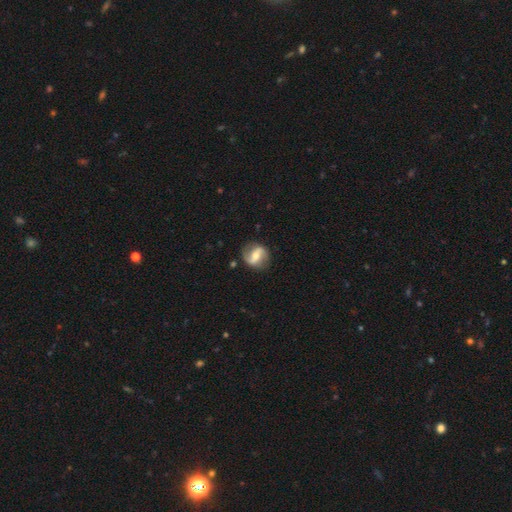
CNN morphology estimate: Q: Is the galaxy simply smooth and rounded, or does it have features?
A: featured or disk — 72%.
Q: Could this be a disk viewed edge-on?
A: no — 96%.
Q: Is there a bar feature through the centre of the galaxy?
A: strong — 46%.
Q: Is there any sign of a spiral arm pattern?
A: yes — 86%.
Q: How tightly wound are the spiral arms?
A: loose — 47%.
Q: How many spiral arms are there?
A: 2 — 89%.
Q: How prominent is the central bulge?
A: moderate — 54%.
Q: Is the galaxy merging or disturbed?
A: none — 81%.